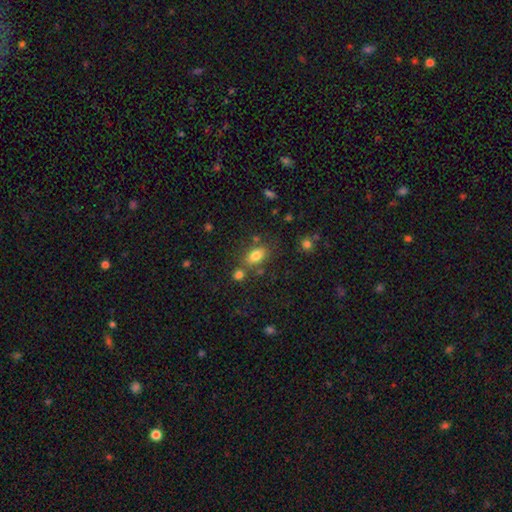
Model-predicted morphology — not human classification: Smooth or featured: smooth — 79% (star or artifact — 11%)
How rounded: in between — 83% (round — 14%)
Merging: none — 67% (merger — 14%)